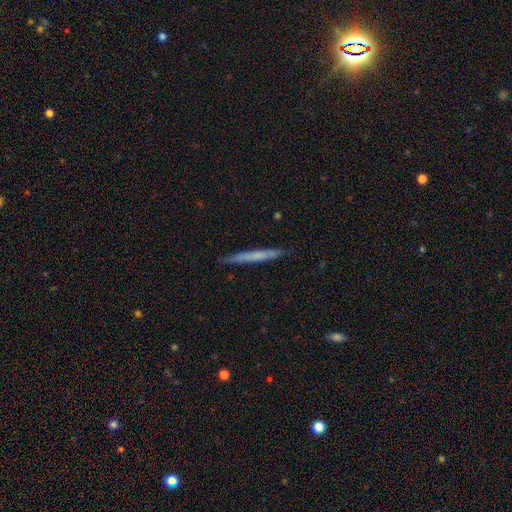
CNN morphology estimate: smooth_or_featured: smooth (p=0.56) [alt: featured or disk p=0.39]
how_rounded: cigar-shaped (p=0.97) [alt: in between p=0.02]
merging: none (p=0.88) [alt: minor disturbance p=0.10]